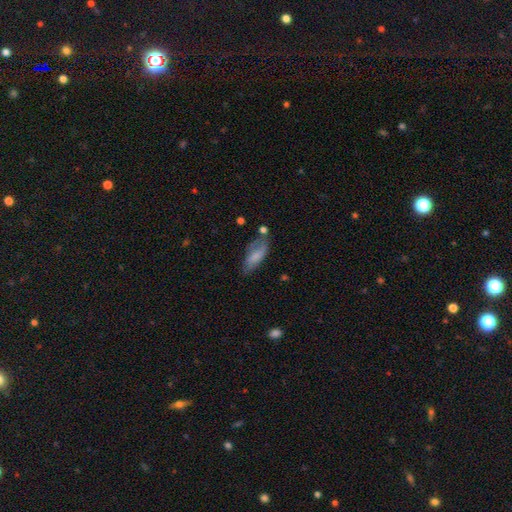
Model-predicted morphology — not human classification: Smooth or featured? Predicted: smooth (p=0.67). How rounded? Predicted: in between (p=0.77). Merging? Predicted: none (p=0.51).